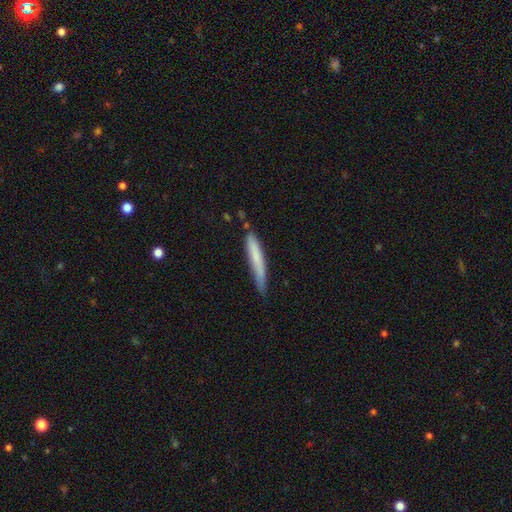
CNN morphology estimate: smooth 69%, featured or disk 24%, star or artifact 7%. Down the decision tree: how rounded — cigar-shaped (94%); merging — none (69%).